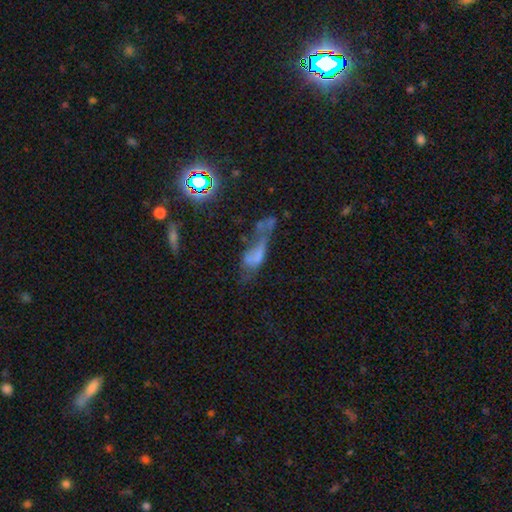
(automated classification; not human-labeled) Smooth or featured? smooth (45%)
Merging? major disturbance (43%)